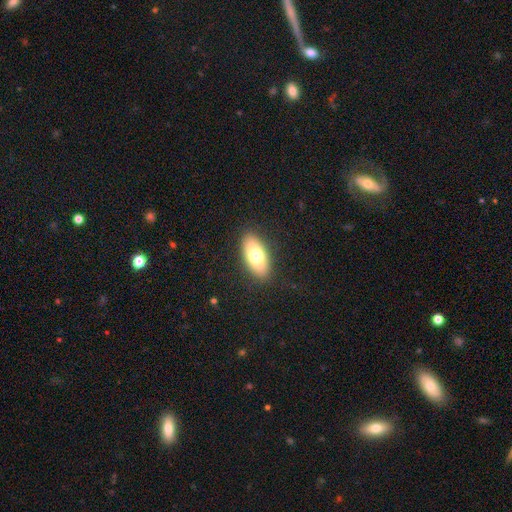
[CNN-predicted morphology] Q: Smooth or featured?
A: smooth (73%); runner-up: featured or disk (20%)
Q: How rounded?
A: in between (89%); runner-up: cigar-shaped (7%)
Q: Merging?
A: none (88%); runner-up: minor disturbance (9%)